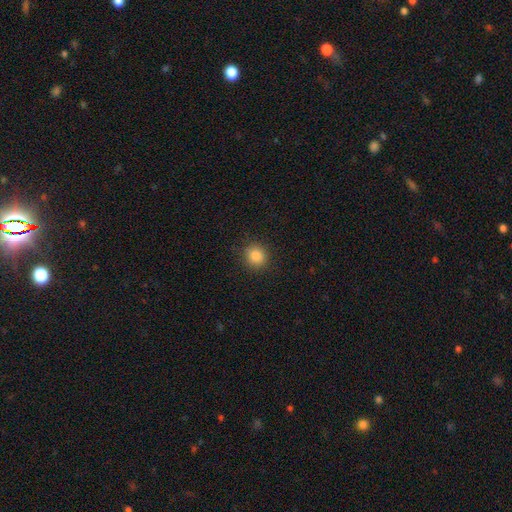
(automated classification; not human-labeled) This is clearly a smooth galaxy (85%). How rounded: clearly round (88%). Merging: clearly none (90%).